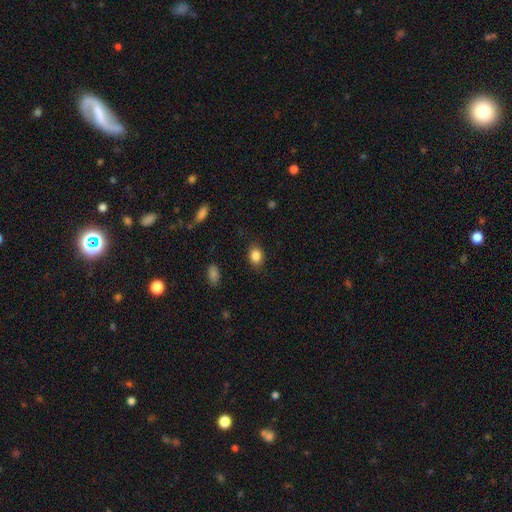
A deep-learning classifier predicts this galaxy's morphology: A smooth galaxy with no disk features (86%) that is in between round and cigar-shaped (67%). Merging: none (84%).